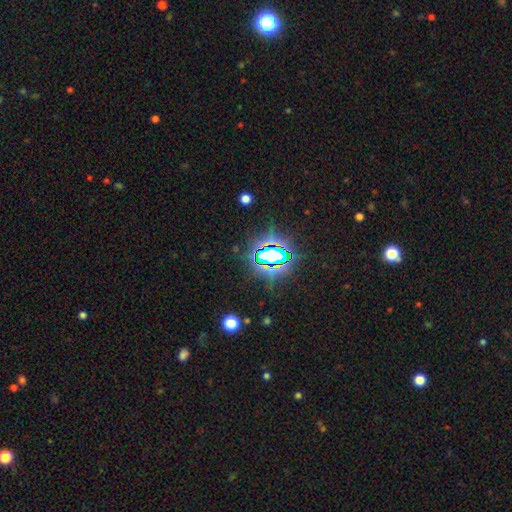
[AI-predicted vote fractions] A star or artifact, not a galaxy (83%).